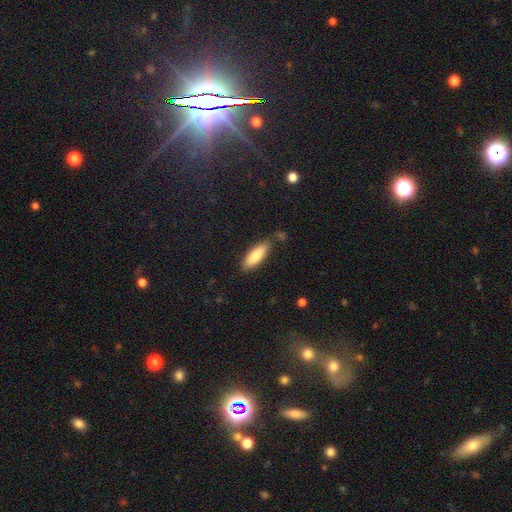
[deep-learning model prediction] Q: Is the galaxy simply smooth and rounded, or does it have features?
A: smooth — 82%.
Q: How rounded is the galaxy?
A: in between — 59%.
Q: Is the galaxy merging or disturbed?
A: none — 76%.